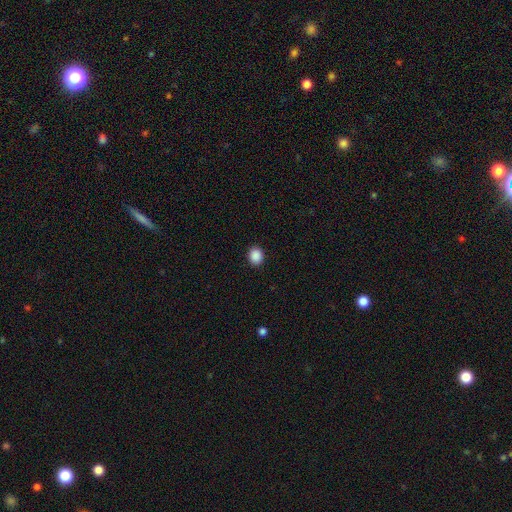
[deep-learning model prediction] smooth_or_featured: smooth (p=0.89) [alt: star or artifact p=0.09]
how_rounded: round (p=0.63) [alt: in between p=0.36]
merging: none (p=0.91) [alt: minor disturbance p=0.06]